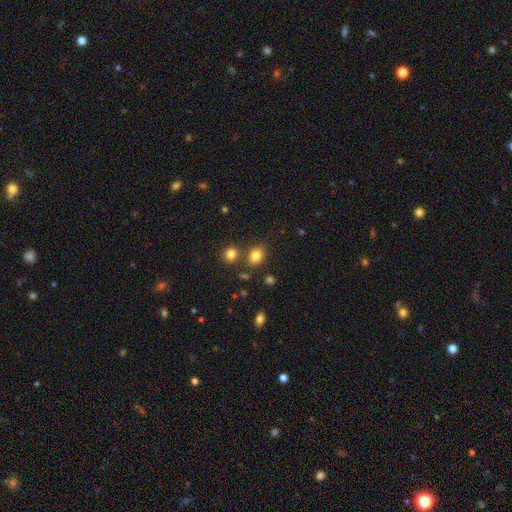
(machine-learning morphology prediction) A smooth galaxy with no disk features (82%) that is in between round and cigar-shaped (54%).

Vote fractions:
- Smooth or featured? smooth: 82% / star or artifact: 12% / featured or disk: 6%
- How rounded? in between: 54% / round: 45% / cigar-shaped: 1%
- Merging? none: 72% / merger: 12% / minor disturbance: 12% / major disturbance: 4%